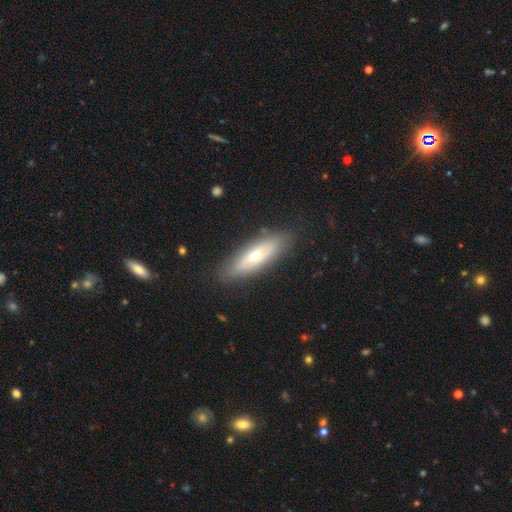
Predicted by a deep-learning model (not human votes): A smooth galaxy with no disk features (50%) that is cigar-shaped (56%).

Vote fractions:
- Smooth or featured? smooth: 50% / featured or disk: 43% / star or artifact: 7%
- How rounded? cigar-shaped: 56% / in between: 42% / round: 2%
- Merging? none: 85% / minor disturbance: 11% / major disturbance: 3% / merger: 1%